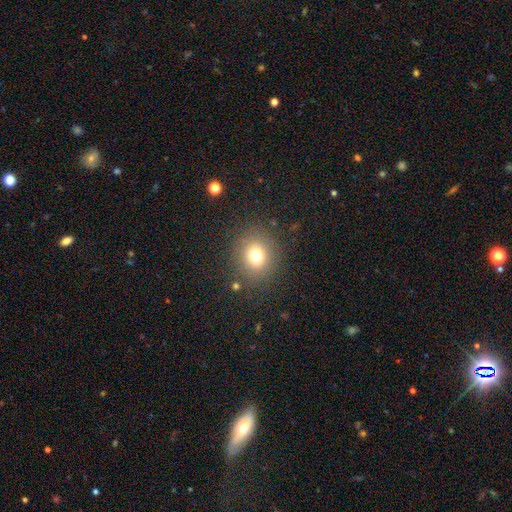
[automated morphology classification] type=smooth (74%); roundness=round (80%); merging=none (85%).